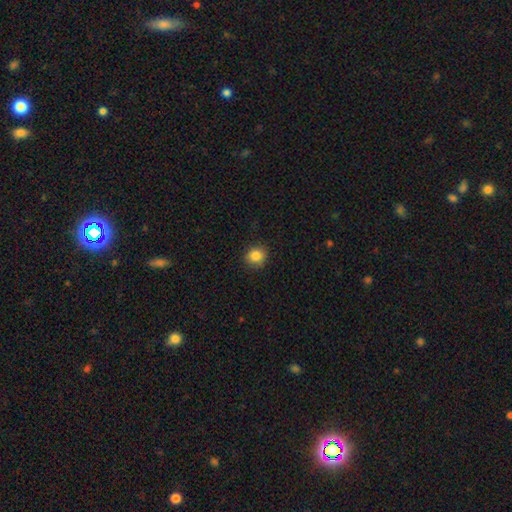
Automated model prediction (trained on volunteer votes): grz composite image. It shows a smooth galaxy with no disk features (85%) that is round (85%). Merging: none (89%).